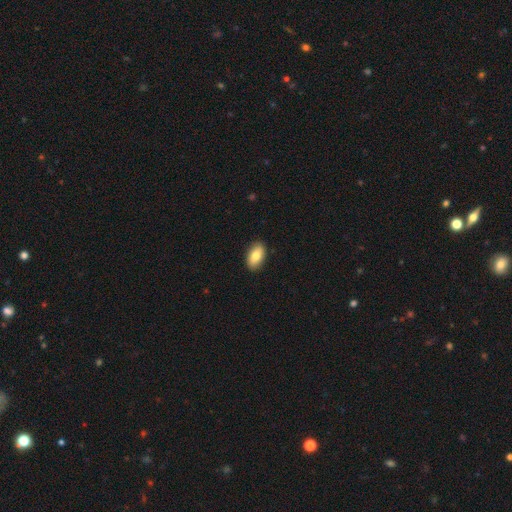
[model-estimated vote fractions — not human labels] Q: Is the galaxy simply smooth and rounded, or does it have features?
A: smooth — 79%.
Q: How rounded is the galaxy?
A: in between — 92%.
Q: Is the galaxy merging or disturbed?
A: none — 90%.